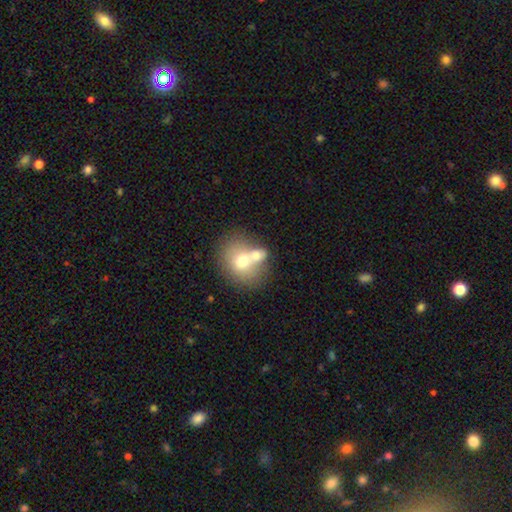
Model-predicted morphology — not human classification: smooth 65%, featured or disk 25%, star or artifact 10%. Down the decision tree: how rounded — round (53%); merging — merger (61%).